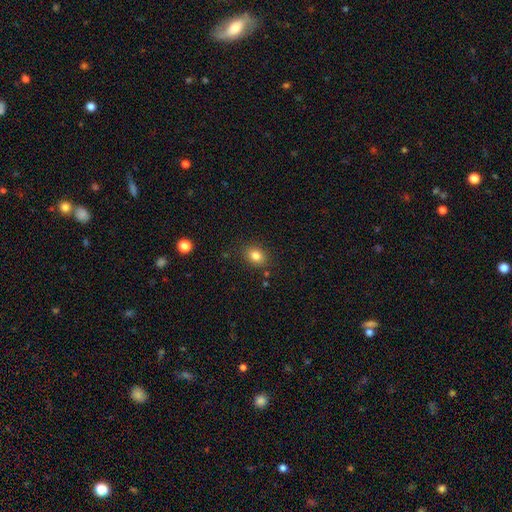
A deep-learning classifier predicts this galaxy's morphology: Q: Smooth or featured?
A: smooth (83%); runner-up: star or artifact (11%)
Q: How rounded?
A: in between (53%); runner-up: round (46%)
Q: Merging?
A: none (85%); runner-up: minor disturbance (10%)